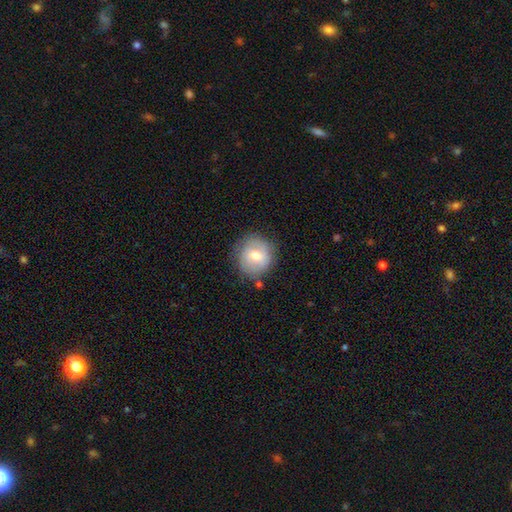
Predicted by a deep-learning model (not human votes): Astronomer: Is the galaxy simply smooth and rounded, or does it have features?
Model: smooth — 62%.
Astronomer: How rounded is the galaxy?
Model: round — 88%.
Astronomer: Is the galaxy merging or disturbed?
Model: none — 77%.